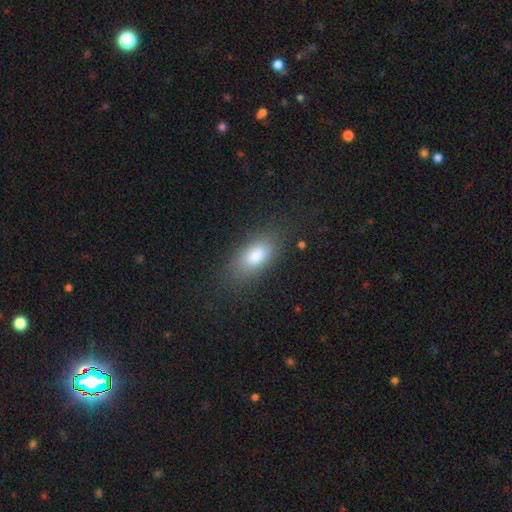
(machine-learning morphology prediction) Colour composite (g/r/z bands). It shows a smooth galaxy with no disk features (80%) that is in between round and cigar-shaped (86%). Merging: none (77%).